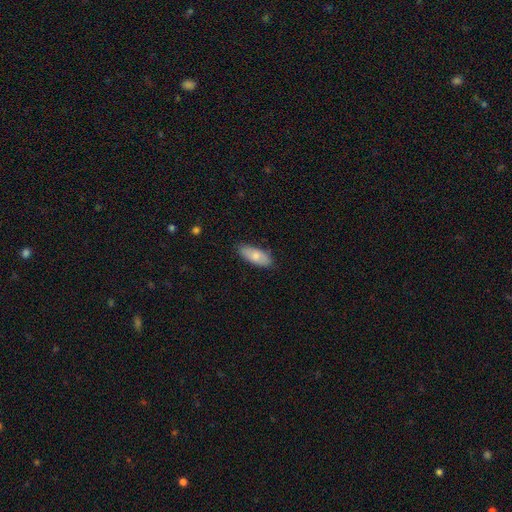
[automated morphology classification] Smooth or featured: smooth — 76% (featured or disk — 18%)
How rounded: in between — 82% (cigar-shaped — 16%)
Merging: none — 82% (minor disturbance — 14%)